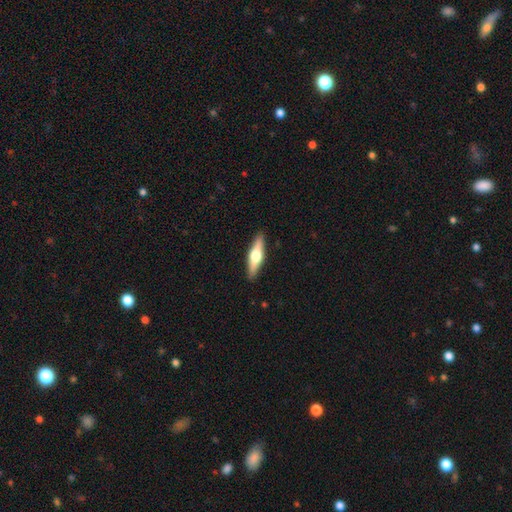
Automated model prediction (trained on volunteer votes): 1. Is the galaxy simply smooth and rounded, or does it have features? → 55% featured or disk, 40% smooth, 5% star or artifact.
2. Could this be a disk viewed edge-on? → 95% yes, 5% no.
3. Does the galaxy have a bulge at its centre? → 95% rounded, 3% boxy, 2% none.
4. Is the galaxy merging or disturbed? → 91% none, 7% minor disturbance, 1% major disturbance, 1% merger.